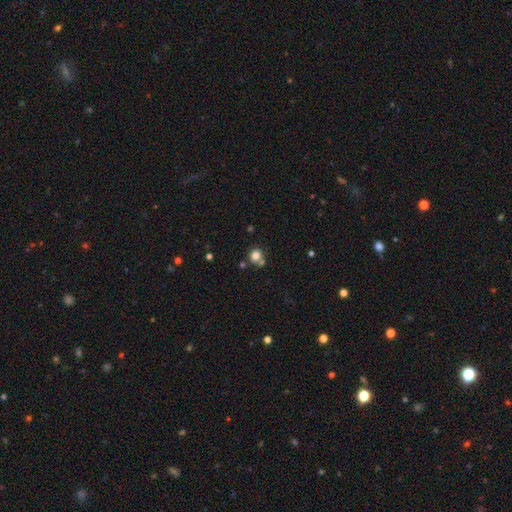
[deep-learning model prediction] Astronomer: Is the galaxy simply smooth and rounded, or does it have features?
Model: smooth — 79%.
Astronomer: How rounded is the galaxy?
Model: round — 82%.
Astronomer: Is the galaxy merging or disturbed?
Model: none — 60%.